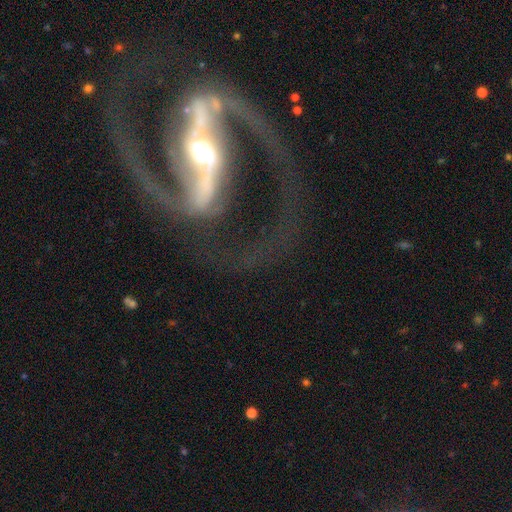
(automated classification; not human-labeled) Overall: featured or disk (93%). Edge-on disk: no (97%). Bar: strong (76%). Spiral arms: yes (98%). Spiral arm count: 2 (94%). Spiral winding: medium (63%). Bulge size: moderate (58%; small 27%). Merging: none (75%).